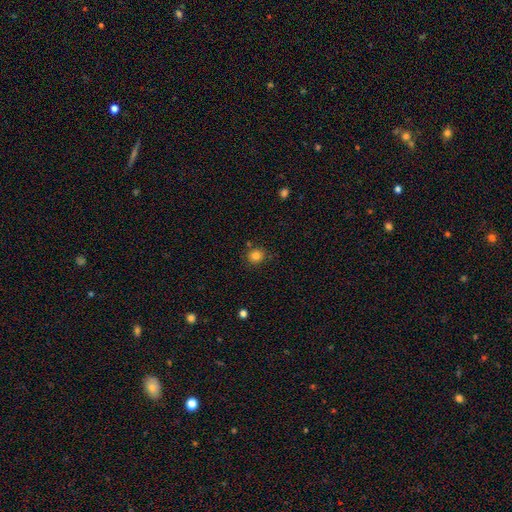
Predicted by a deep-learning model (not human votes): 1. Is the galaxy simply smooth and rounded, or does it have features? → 83% smooth, 12% star or artifact, 4% featured or disk.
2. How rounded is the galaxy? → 87% round, 12% in between, 1% cigar-shaped.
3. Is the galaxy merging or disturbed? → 82% none, 10% minor disturbance, 5% merger, 3% major disturbance.